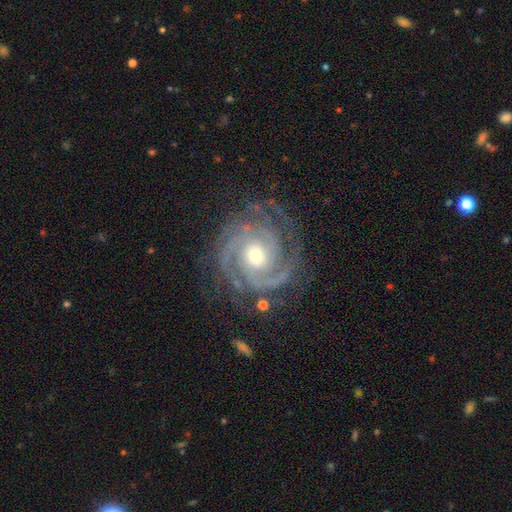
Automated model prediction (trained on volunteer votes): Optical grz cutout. It shows a featured or disk galaxy (92%) with no bar (72%), 2 (35%) tight (73%) spiral arms (98%) and a moderate central bulge (61%). Merging: none (76%).